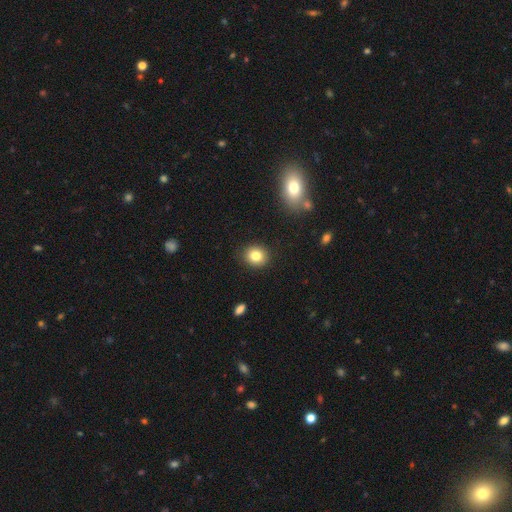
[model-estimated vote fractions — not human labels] smooth-or-featured: smooth: 82% | star or artifact: 10% | featured or disk: 7%
  how-rounded: round: 73% | in between: 27% | cigar-shaped: 1%
  merging: none: 89% | minor disturbance: 7% | major disturbance: 2% | merger: 1%